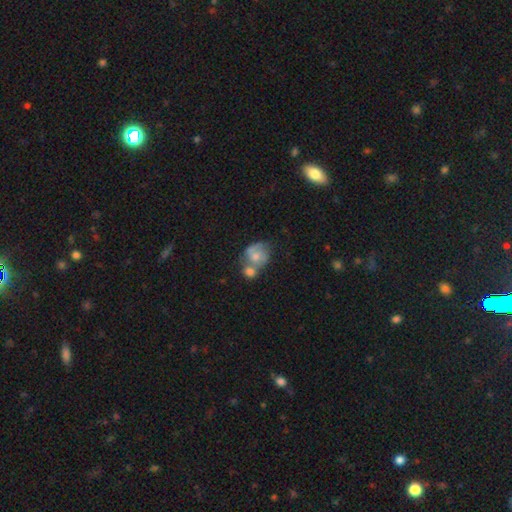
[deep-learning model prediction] This appears to be a smooth galaxy with no disk features (49%). Merging: merger (54%).